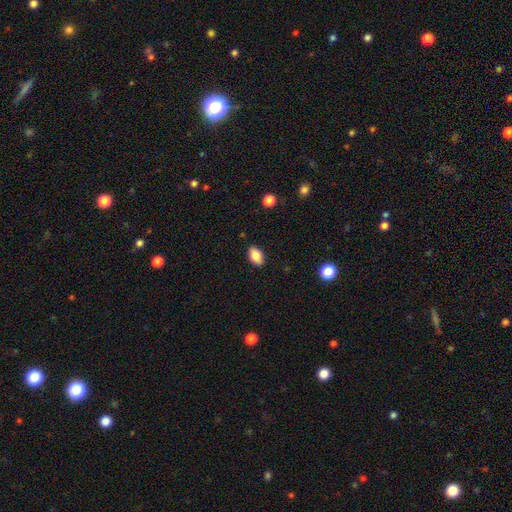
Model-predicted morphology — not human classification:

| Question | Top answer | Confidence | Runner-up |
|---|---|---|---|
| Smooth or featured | smooth | 83% | featured or disk (8%) |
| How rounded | in between | 89% | round (9%) |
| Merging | none | 88% | minor disturbance (9%) |